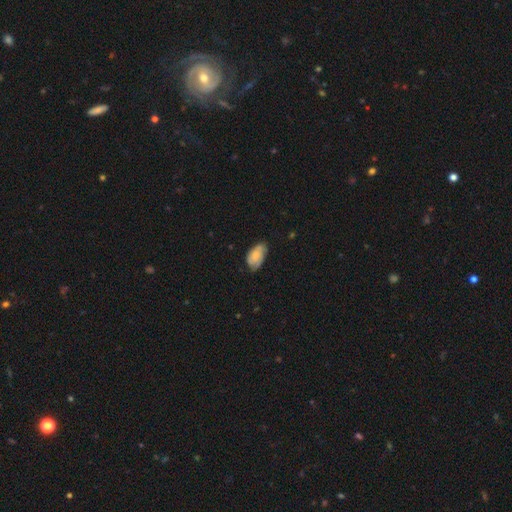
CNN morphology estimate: smooth 59%, featured or disk 33%, star or artifact 7%. Down the decision tree: how rounded — in between (92%); merging — none (60%).